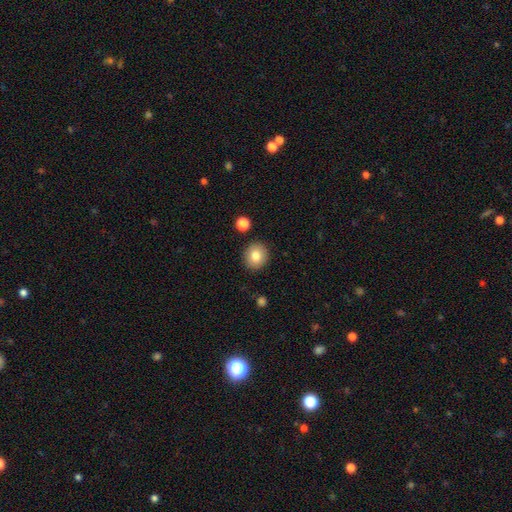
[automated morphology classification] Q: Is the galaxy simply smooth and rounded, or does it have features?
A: smooth — 81%.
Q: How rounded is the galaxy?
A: round — 85%.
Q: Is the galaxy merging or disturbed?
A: none — 90%.